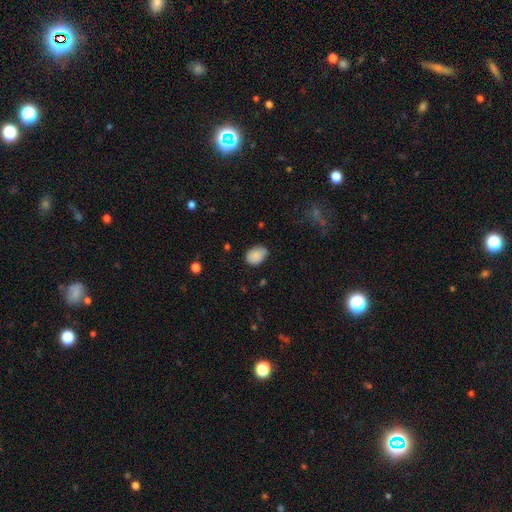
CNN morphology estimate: This appears to be a smooth galaxy with no disk features (87%) that is in between round and cigar-shaped (77%). Merging: none (69%).